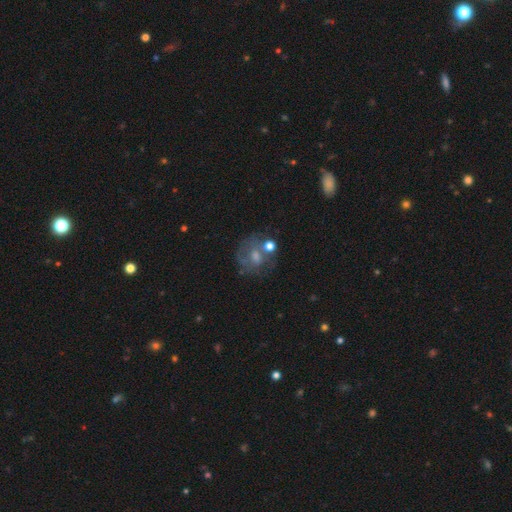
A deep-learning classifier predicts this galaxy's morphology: This is possibly a featured or disk galaxy (47%). Merging: possibly none (57%).